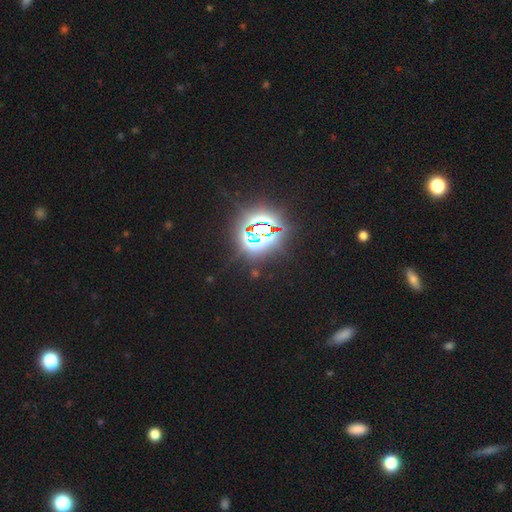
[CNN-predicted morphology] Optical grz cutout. It shows a star or artifact, not a galaxy (82%).